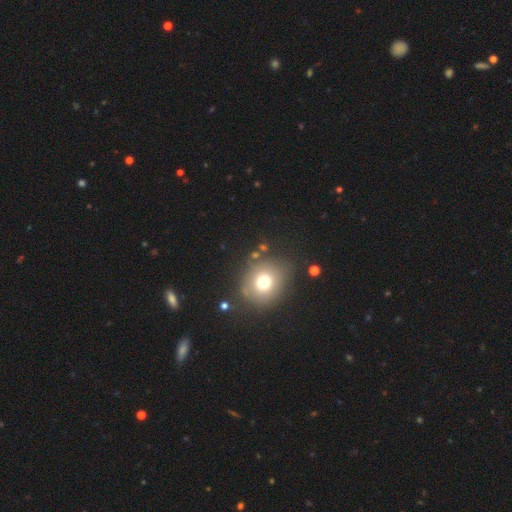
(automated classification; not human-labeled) Smooth or featured?
  - smooth: 67% *
  - star or artifact: 19%
  - featured or disk: 14%
How rounded?
  - round: 78% *
  - in between: 21%
  - cigar-shaped: 1%
Merging?
  - none: 79% *
  - minor disturbance: 12%
  - merger: 5%
  - major disturbance: 5%